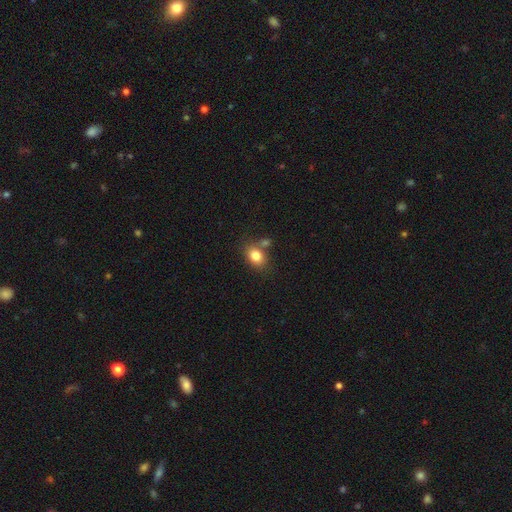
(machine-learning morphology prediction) This appears to be a smooth galaxy with no disk features (81%) that is in between round and cigar-shaped (64%). Merging: none (62%).